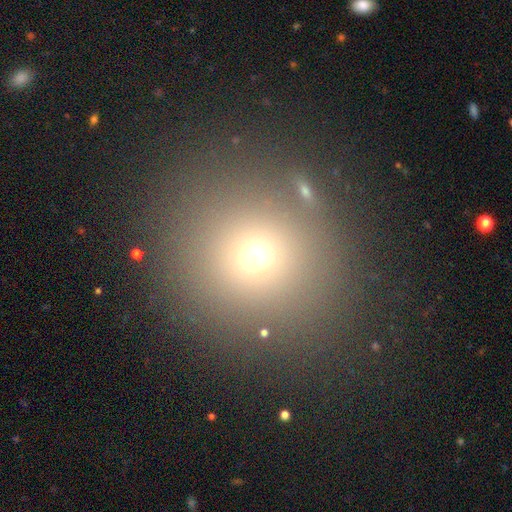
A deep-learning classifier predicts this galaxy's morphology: Q: Smooth or featured?
A: smooth (66%); runner-up: star or artifact (24%)
Q: How rounded?
A: round (91%); runner-up: in between (8%)
Q: Merging?
A: none (85%); runner-up: minor disturbance (7%)